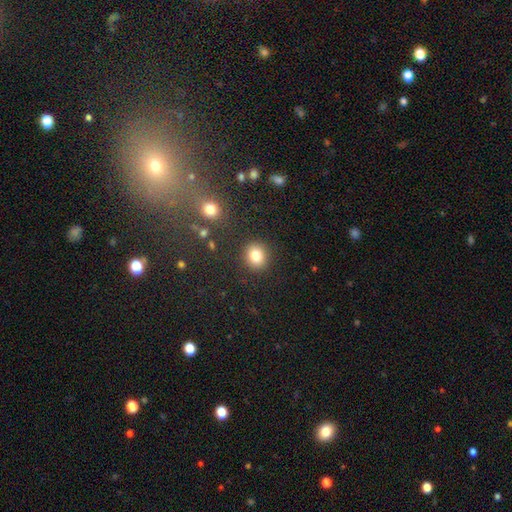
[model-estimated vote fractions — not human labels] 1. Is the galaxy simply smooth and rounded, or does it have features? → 82% smooth, 11% star or artifact, 7% featured or disk.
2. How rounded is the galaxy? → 80% round, 19% in between, 1% cigar-shaped.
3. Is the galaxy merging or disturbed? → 88% none, 7% minor disturbance, 3% major disturbance, 2% merger.